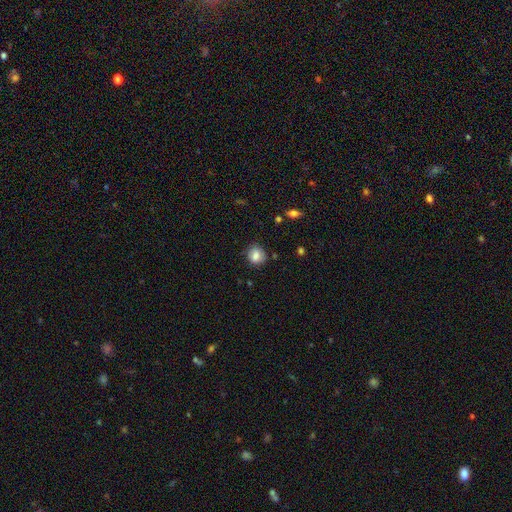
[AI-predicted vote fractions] Smooth or featured? Predicted: smooth (p=0.78). How rounded? Predicted: round (p=0.68). Merging? Predicted: none (p=0.75).